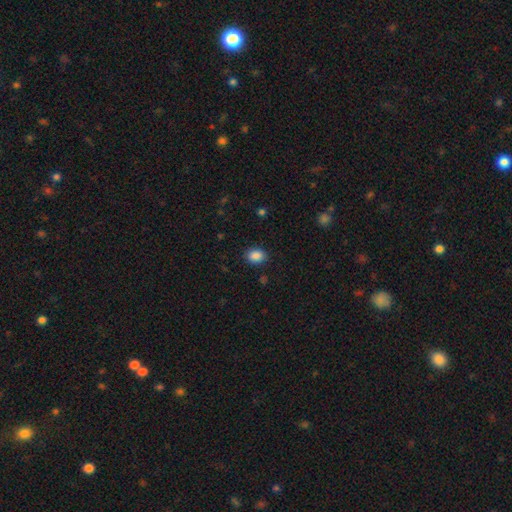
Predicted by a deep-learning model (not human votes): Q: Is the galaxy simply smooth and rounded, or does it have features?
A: smooth — 88%.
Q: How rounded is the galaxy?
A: in between — 59%.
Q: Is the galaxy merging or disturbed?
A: none — 87%.